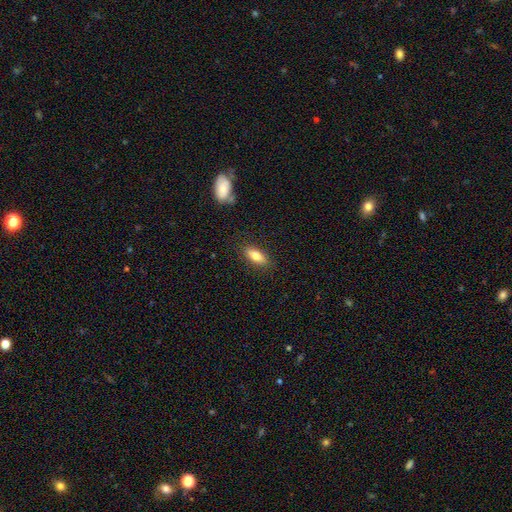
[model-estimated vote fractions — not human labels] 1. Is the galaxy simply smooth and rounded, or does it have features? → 75% smooth, 17% featured or disk, 7% star or artifact.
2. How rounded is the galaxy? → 75% in between, 22% cigar-shaped, 3% round.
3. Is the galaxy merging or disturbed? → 86% none, 10% minor disturbance, 3% major disturbance, 1% merger.